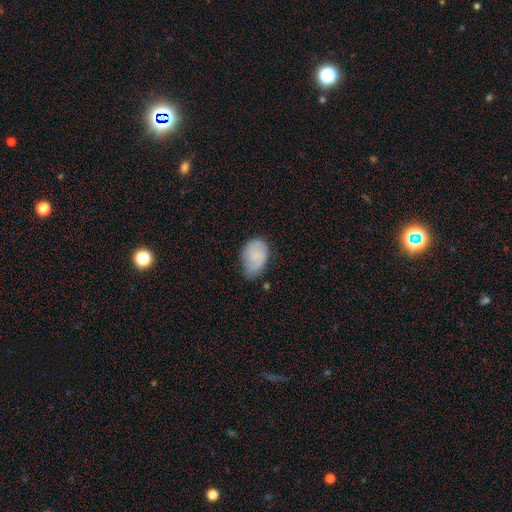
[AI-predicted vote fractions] Q: Smooth or featured?
A: smooth (73%); runner-up: featured or disk (20%)
Q: How rounded?
A: in between (87%); runner-up: round (12%)
Q: Merging?
A: none (59%); runner-up: minor disturbance (32%)